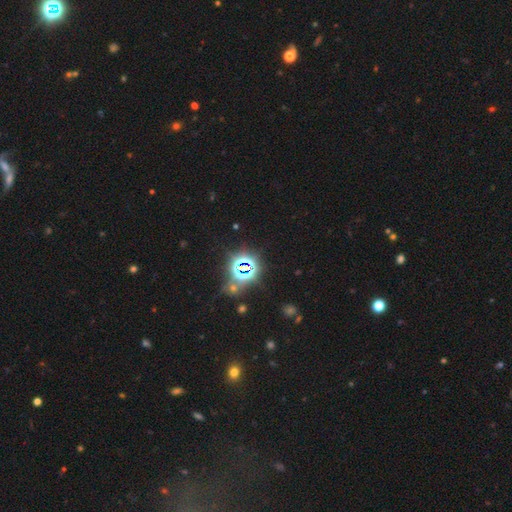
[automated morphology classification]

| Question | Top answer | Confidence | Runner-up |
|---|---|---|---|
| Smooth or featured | star or artifact | 81% | smooth (12%) |